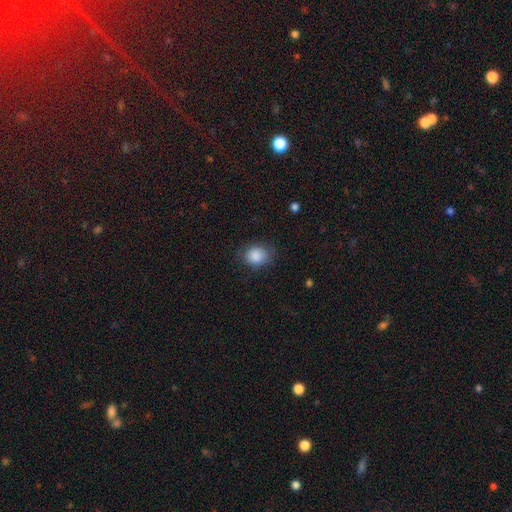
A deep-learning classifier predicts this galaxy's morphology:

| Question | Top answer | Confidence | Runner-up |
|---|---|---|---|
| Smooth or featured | smooth | 87% | star or artifact (8%) |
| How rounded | round | 57% | in between (42%) |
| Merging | none | 76% | minor disturbance (18%) |